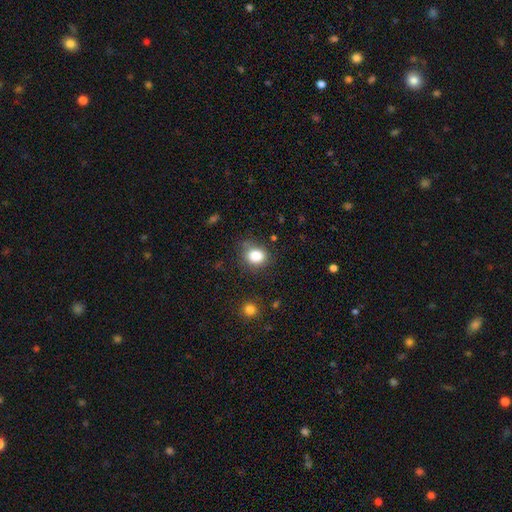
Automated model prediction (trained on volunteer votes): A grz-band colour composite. It shows a smooth galaxy with no disk features (85%) that is round (57%). Merging: none (72%).